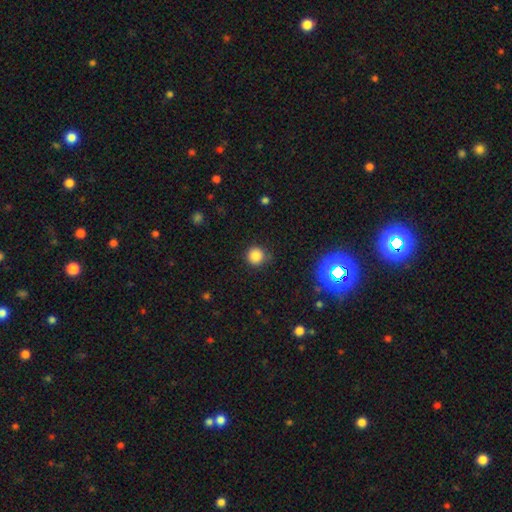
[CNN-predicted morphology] smooth-or-featured: smooth: 83% | star or artifact: 13% | featured or disk: 4%
  how-rounded: round: 94% | in between: 5% | cigar-shaped: 1%
  merging: none: 86% | minor disturbance: 10% | major disturbance: 3% | merger: 1%